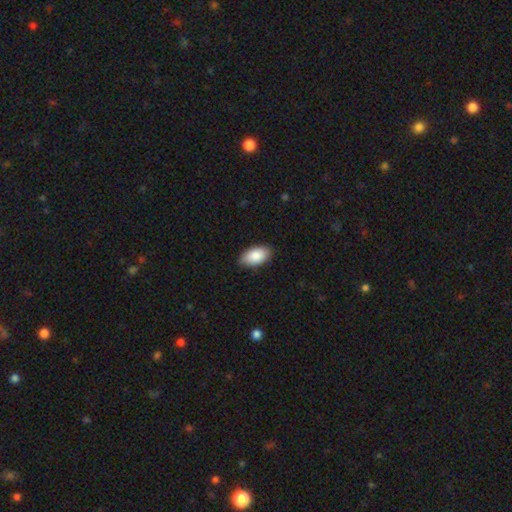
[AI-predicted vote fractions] smooth-or-featured: smooth: 87% | featured or disk: 7% | star or artifact: 6%
  how-rounded: in between: 95% | round: 3% | cigar-shaped: 2%
  merging: none: 86% | minor disturbance: 11% | major disturbance: 2% | merger: 1%